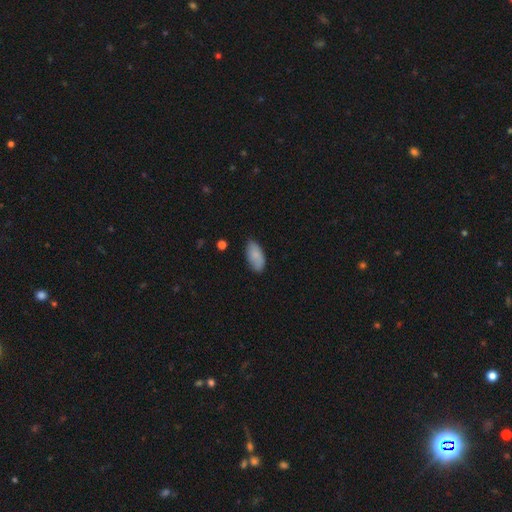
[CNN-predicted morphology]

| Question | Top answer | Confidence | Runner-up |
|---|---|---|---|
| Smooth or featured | smooth | 84% | featured or disk (10%) |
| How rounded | in between | 93% | cigar-shaped (5%) |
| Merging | none | 79% | minor disturbance (17%) |